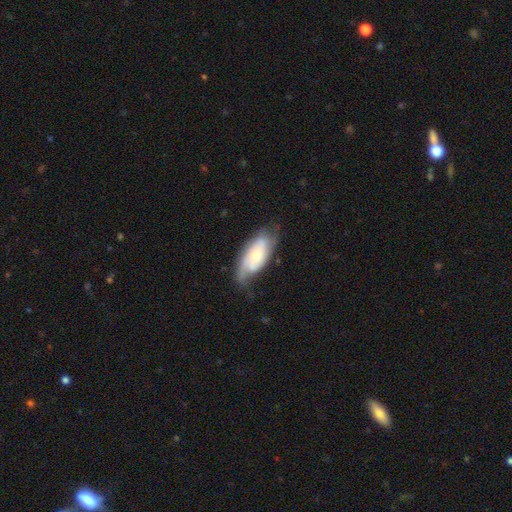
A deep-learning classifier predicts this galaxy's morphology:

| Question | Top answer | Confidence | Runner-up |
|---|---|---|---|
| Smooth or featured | featured or disk | 63% | smooth (31%) |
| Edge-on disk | no | 91% | yes (9%) |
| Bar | no | 69% | weak (25%) |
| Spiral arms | yes | 88% | no (12%) |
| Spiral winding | tight | 41% | medium (39%) |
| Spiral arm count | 2 | 46% | can't tell (27%) |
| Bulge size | small | 48% | moderate (40%) |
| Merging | none | 58% | minor disturbance (28%) |